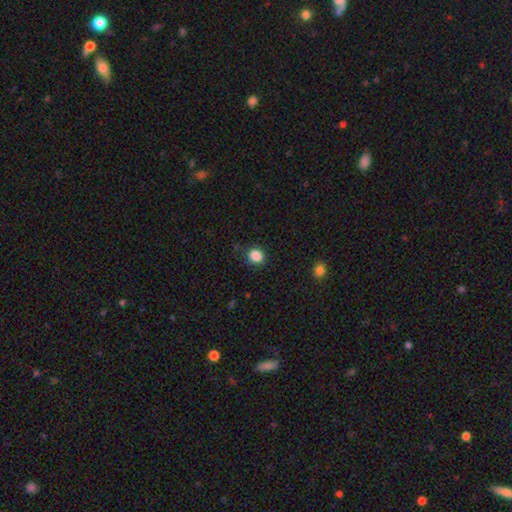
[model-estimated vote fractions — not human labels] A smooth galaxy with no disk features (86%) that is round (78%).

Vote fractions:
- Smooth or featured? smooth: 86% / star or artifact: 11% / featured or disk: 3%
- How rounded? round: 78% / in between: 21% / cigar-shaped: 1%
- Merging? none: 86% / minor disturbance: 9% / major disturbance: 3% / merger: 1%